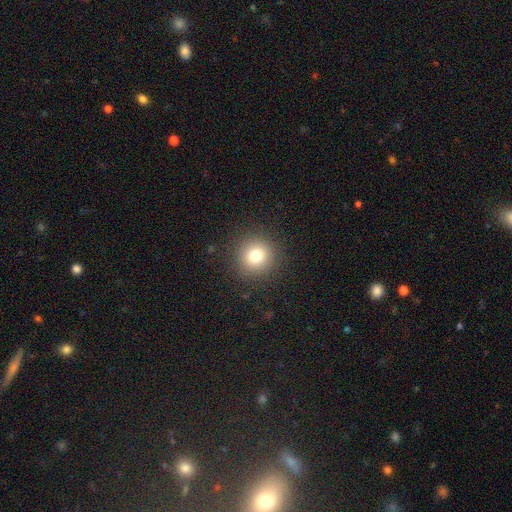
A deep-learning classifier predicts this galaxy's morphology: Q: Smooth or featured?
A: smooth (79%); runner-up: star or artifact (12%)
Q: How rounded?
A: round (93%); runner-up: in between (6%)
Q: Merging?
A: none (90%); runner-up: minor disturbance (6%)